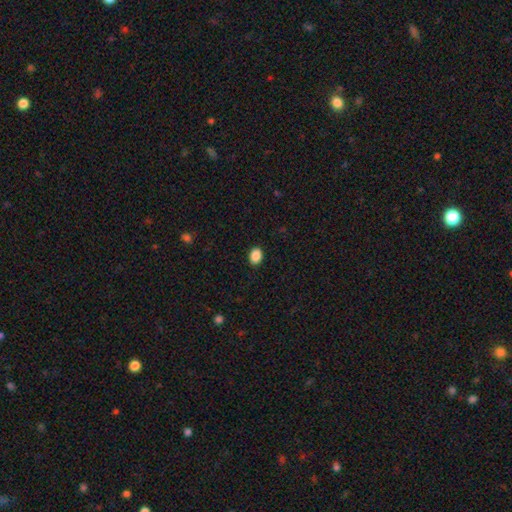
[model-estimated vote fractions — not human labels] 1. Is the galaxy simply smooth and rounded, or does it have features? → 89% smooth, 9% star or artifact, 3% featured or disk.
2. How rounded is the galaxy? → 68% in between, 31% round, 1% cigar-shaped.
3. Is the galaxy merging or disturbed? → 89% none, 8% minor disturbance, 2% major disturbance, 1% merger.